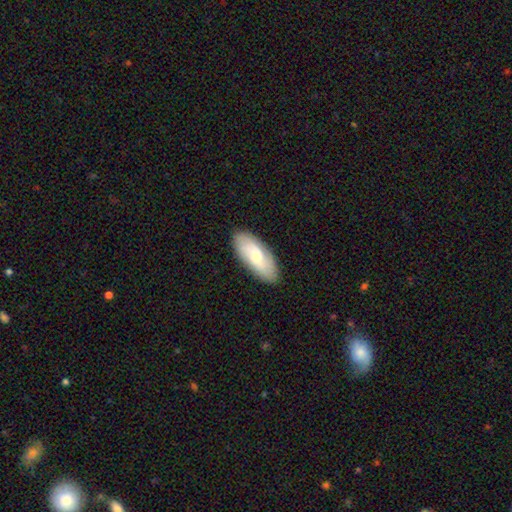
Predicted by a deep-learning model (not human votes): A smooth galaxy with no disk features (59%) that is in between round and cigar-shaped (82%). Merging: none (86%).